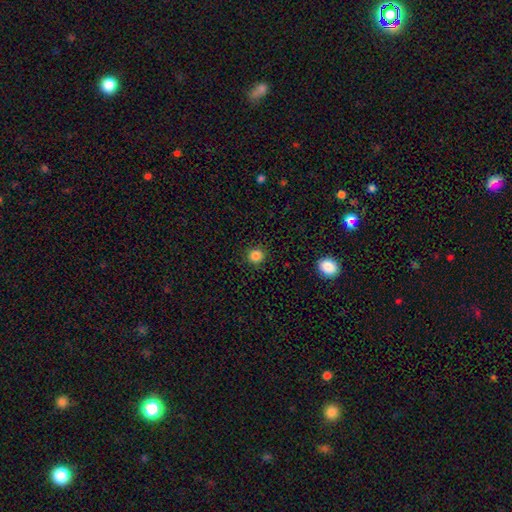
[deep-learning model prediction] Smooth or featured? Predicted: smooth (p=0.85). How rounded? Predicted: round (p=0.92). Merging? Predicted: none (p=0.91).